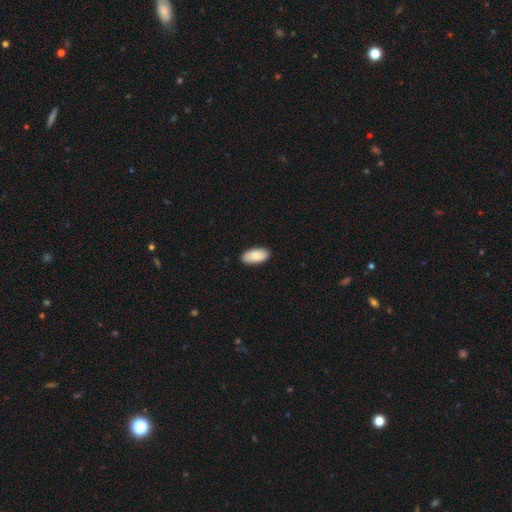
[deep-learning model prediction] Overall: smooth (87%). How rounded: in between (94%). Merging: none (89%).